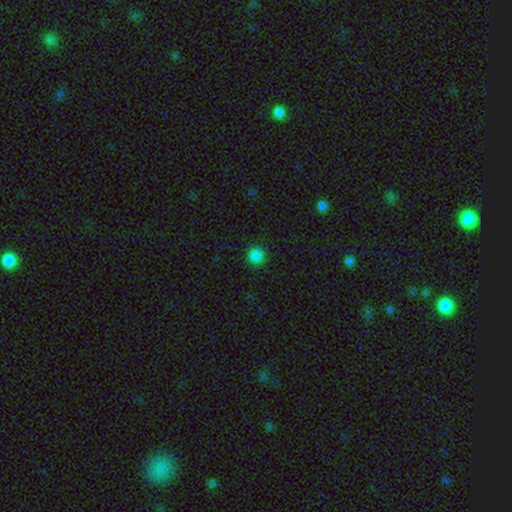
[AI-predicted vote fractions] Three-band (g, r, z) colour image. It shows a smooth galaxy with no disk features (85%) that is round (95%). Merging: none (92%).